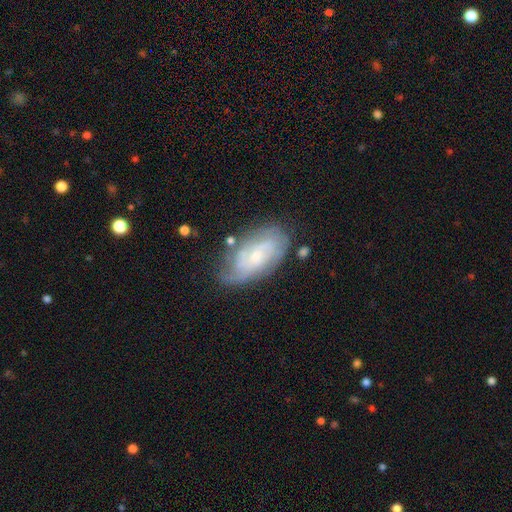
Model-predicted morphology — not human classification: smooth-or-featured: featured or disk: 70% | smooth: 23% | star or artifact: 7%
  disk-edge-on: no: 94% | yes: 6%
    bar: no: 58% | weak: 35% | strong: 7%
    has-spiral-arms: yes: 87% | no: 13%
      spiral-winding: tight: 52% | medium: 35% | loose: 13%
      spiral-arm-count: can't tell: 44% | 2: 30% | 3: 13% | 4: 5% | 1: 4% | more than 4: 3%
    bulge-size: small: 68% | moderate: 26% | none: 3% | large: 2% | dominant: 1%
  merging: none: 64% | minor disturbance: 23% | major disturbance: 9% | merger: 4%